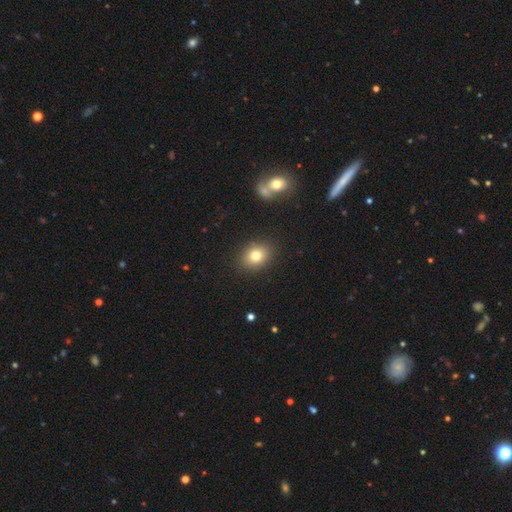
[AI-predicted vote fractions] Q: Smooth or featured?
A: smooth (78%); runner-up: star or artifact (12%)
Q: How rounded?
A: in between (52%); runner-up: round (47%)
Q: Merging?
A: none (87%); runner-up: minor disturbance (8%)